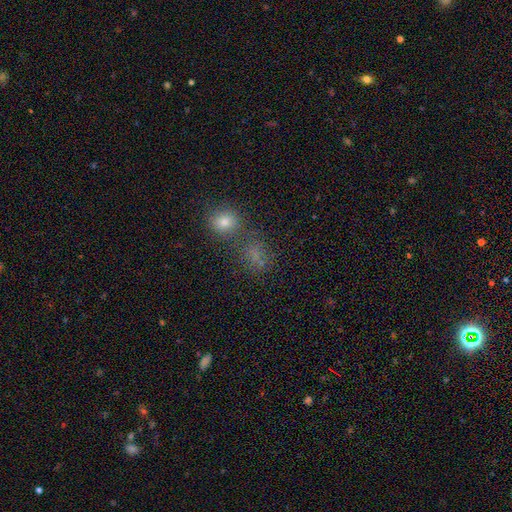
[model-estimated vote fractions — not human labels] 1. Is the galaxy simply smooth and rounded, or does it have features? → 62% smooth, 28% star or artifact, 10% featured or disk.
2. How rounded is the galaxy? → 59% round, 38% in between, 3% cigar-shaped.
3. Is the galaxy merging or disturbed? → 52% none, 27% merger, 12% minor disturbance, 8% major disturbance.